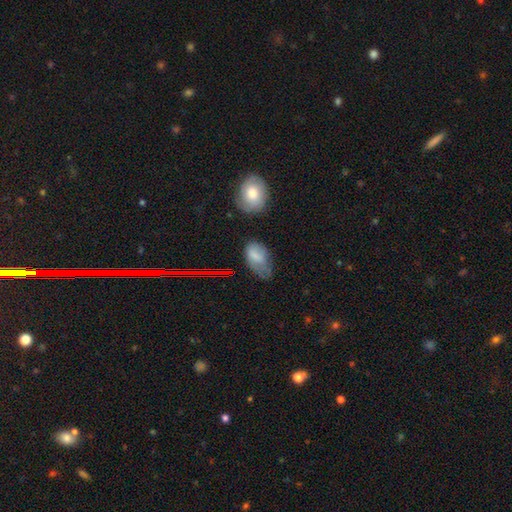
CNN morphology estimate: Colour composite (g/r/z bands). It shows a smooth galaxy with no disk features (73%) that is in between round and cigar-shaped (91%). Merging: minor disturbance (41%).